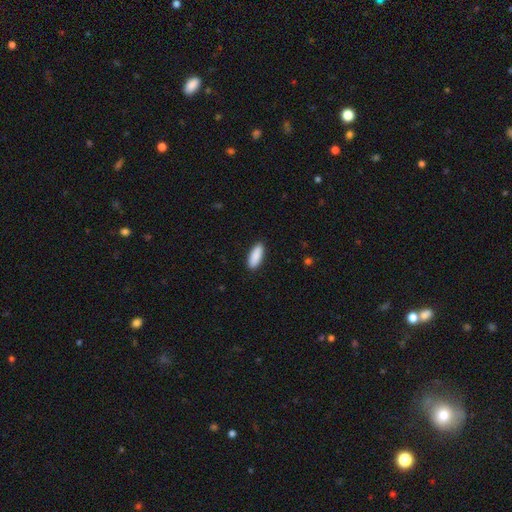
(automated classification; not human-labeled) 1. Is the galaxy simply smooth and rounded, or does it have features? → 91% smooth, 5% star or artifact, 4% featured or disk.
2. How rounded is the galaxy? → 69% in between, 29% cigar-shaped, 2% round.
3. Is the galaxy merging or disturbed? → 90% none, 7% minor disturbance, 2% major disturbance, 1% merger.